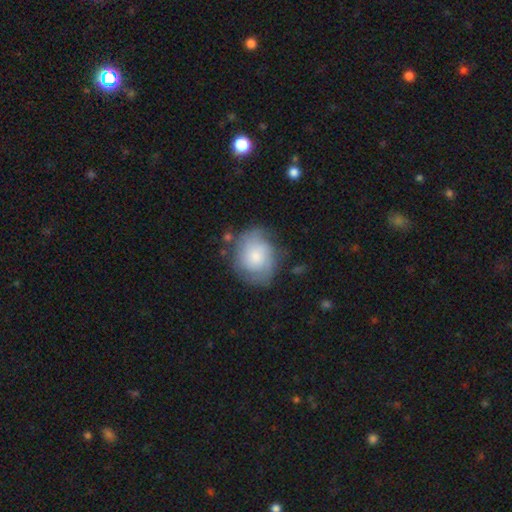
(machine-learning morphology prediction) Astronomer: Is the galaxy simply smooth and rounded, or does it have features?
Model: smooth — 49% (runner-up: featured or disk, 43%).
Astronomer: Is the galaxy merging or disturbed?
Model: none — 64%.